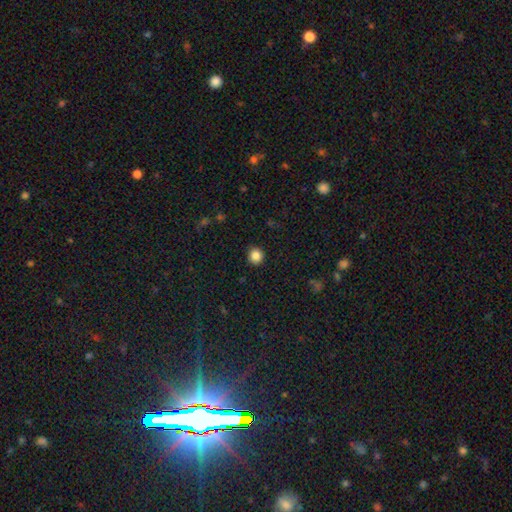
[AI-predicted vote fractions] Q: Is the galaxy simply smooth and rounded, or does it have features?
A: smooth — 85%.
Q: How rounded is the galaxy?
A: round — 91%.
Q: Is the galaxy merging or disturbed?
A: none — 92%.